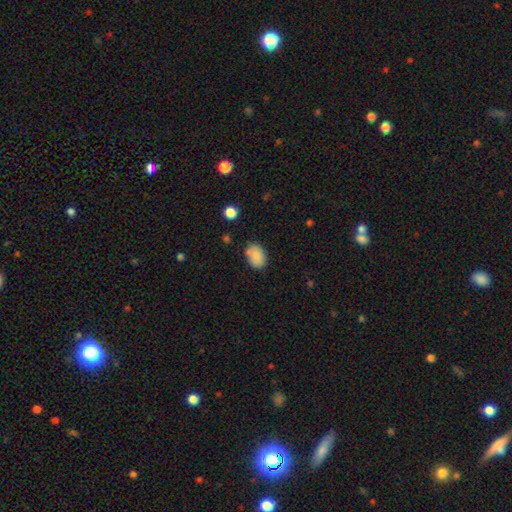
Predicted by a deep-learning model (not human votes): This is clearly a smooth galaxy (86%). How rounded: clearly in between (82%). Merging: likely none (73%).